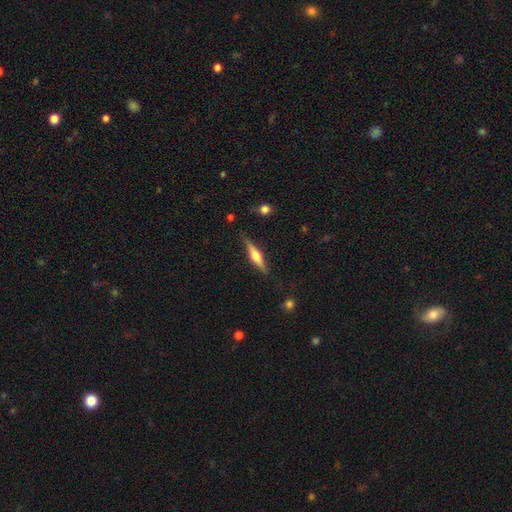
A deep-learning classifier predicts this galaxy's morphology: Smooth or featured?
  - featured or disk: 61% *
  - smooth: 33%
  - star or artifact: 6%
Edge-on disk?
  - yes: 96% *
  - no: 4%
Edge-on bulge?
  - rounded: 91% *
  - boxy: 5%
  - none: 3%
Merging?
  - none: 84% *
  - minor disturbance: 12%
  - major disturbance: 3%
  - merger: 2%